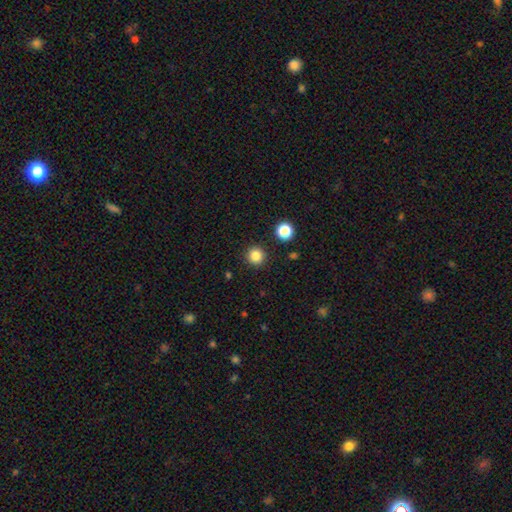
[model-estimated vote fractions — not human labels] This appears to be a smooth galaxy with no disk features (84%) that is round (94%). Merging: none (91%).